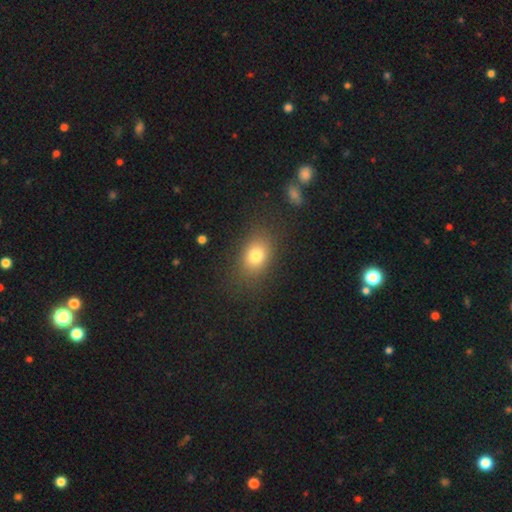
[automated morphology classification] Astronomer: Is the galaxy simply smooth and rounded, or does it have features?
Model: smooth — 77%.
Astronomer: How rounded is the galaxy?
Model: in between — 67%.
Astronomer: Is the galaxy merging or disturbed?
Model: none — 80%.